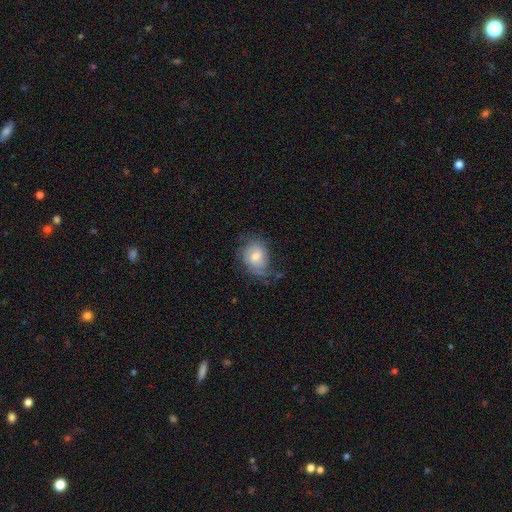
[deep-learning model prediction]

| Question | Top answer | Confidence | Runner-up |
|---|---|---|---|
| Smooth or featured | featured or disk | 50% | smooth (41%) |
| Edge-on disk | no | 96% | yes (4%) |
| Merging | none | 55% | minor disturbance (29%) |